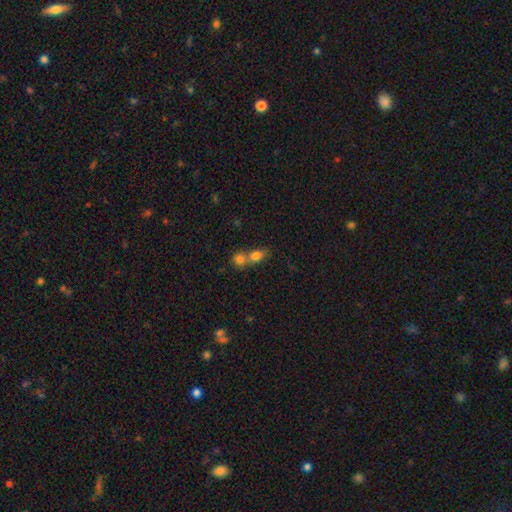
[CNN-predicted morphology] Smooth or featured? smooth (78%)
How rounded? in between (58%)
Merging? merger (64%)